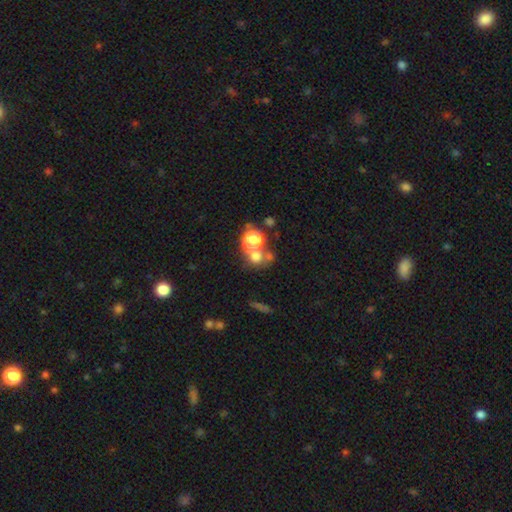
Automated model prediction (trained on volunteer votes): This is likely a smooth galaxy (64%). How rounded: clearly round (81%). Merging: marginally none (44%).